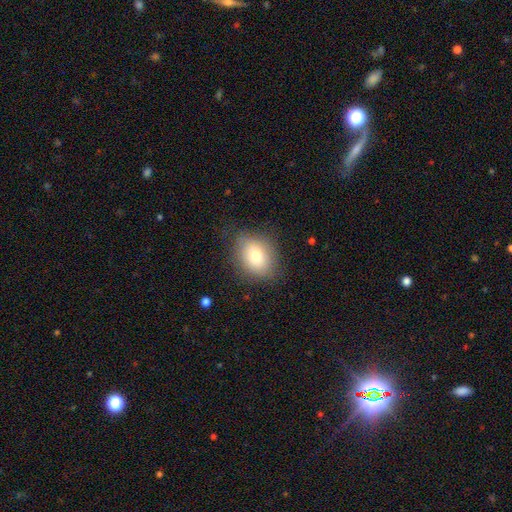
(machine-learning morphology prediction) A smooth galaxy with no disk features (76%) that is in between round and cigar-shaped (52%). Merging: none (79%).